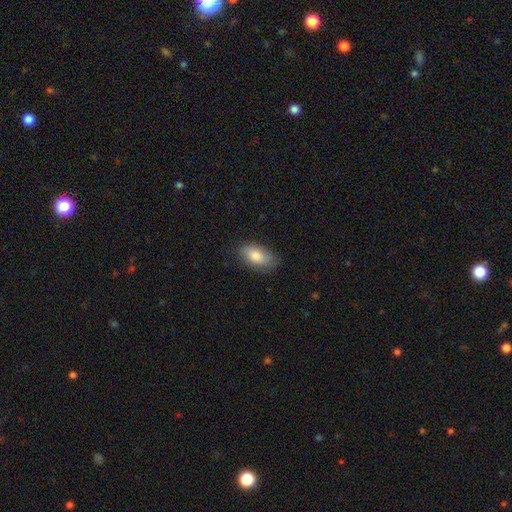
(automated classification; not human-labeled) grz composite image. It shows a smooth galaxy with no disk features (83%) that is in between round and cigar-shaped (92%). Merging: none (80%).